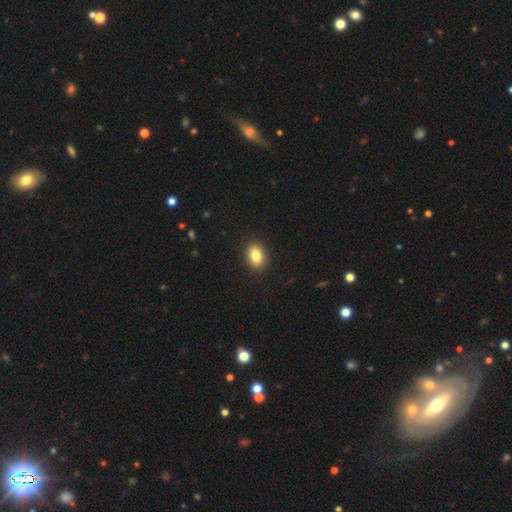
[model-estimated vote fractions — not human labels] This is clearly a smooth galaxy (83%). How rounded: likely in between (73%). Merging: clearly none (91%).